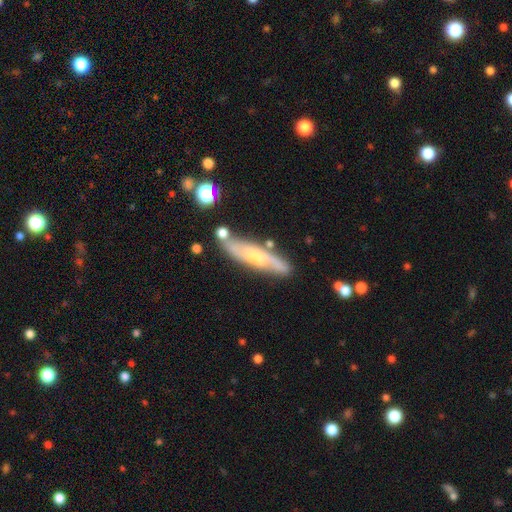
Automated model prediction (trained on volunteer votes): Q: Smooth or featured?
A: featured or disk (62%); runner-up: smooth (32%)
Q: Edge-on disk?
A: no (56%); runner-up: yes (44%)
Q: Merging?
A: none (72%); runner-up: minor disturbance (16%)